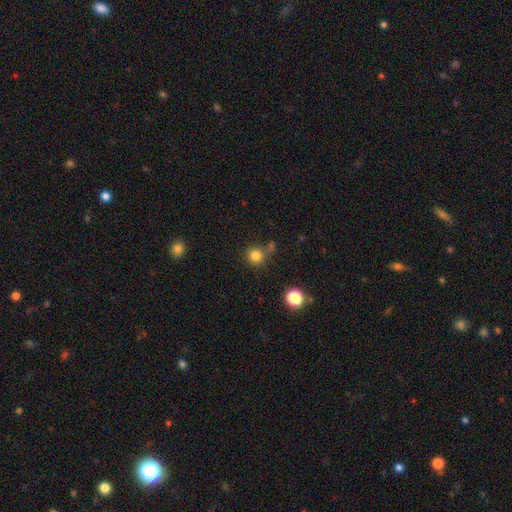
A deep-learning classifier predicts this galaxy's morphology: A smooth galaxy with no disk features (81%) that is round (92%). Merging: none (70%).